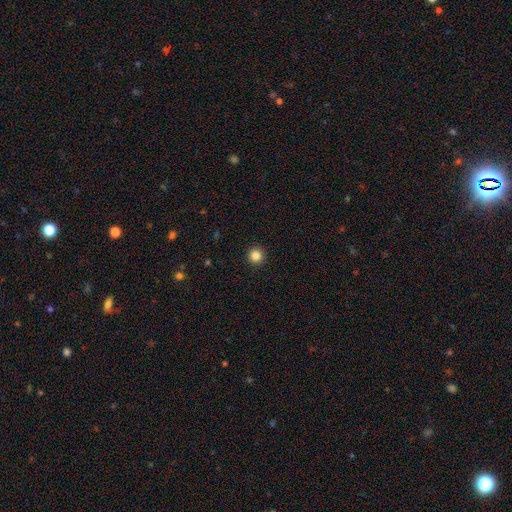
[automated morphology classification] This is clearly a smooth galaxy (84%). How rounded: clearly round (96%). Merging: clearly none (93%).